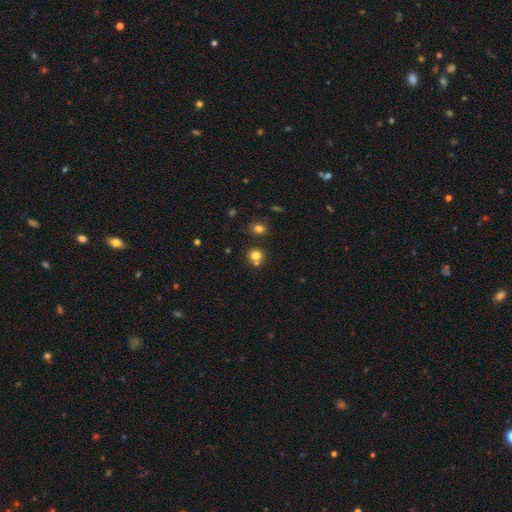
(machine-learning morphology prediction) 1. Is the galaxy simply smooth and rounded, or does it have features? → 77% smooth, 15% star or artifact, 9% featured or disk.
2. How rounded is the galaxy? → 85% round, 14% in between, 1% cigar-shaped.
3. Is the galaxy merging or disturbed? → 60% none, 28% merger, 9% minor disturbance, 3% major disturbance.